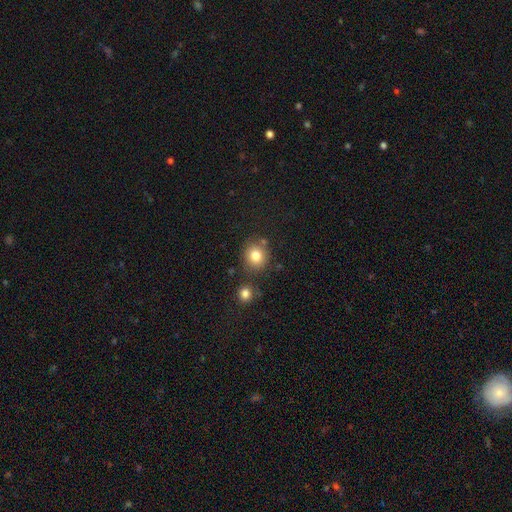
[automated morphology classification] Smooth or featured: smooth — 81% (star or artifact — 11%)
How rounded: round — 81% (in between — 19%)
Merging: none — 76% (minor disturbance — 11%)